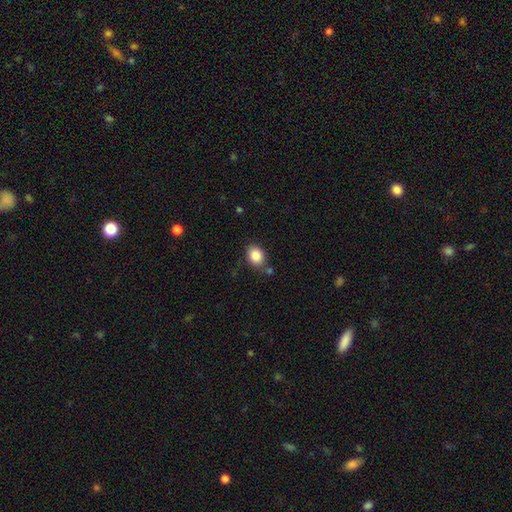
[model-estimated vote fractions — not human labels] Smooth or featured: smooth — 86% (star or artifact — 9%)
How rounded: in between — 59% (round — 40%)
Merging: none — 74% (minor disturbance — 15%)